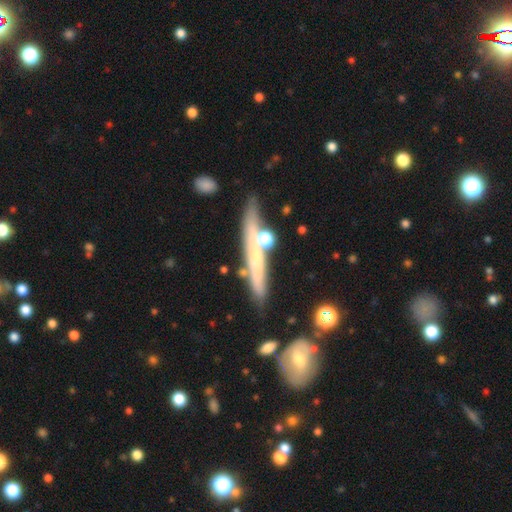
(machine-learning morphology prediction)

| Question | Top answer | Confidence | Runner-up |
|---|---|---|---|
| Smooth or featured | featured or disk | 55% | smooth (37%) |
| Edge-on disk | yes | 86% | no (14%) |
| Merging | none | 69% | minor disturbance (16%) |